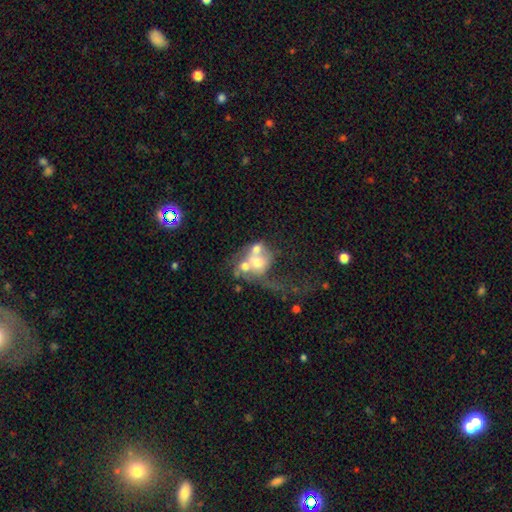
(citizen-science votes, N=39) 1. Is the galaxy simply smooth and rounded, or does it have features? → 59% featured or disk, 33% smooth, 8% star or artifact.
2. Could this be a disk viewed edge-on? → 96% no, 4% yes.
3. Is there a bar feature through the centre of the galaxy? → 77% no, 23% weak, 0% strong.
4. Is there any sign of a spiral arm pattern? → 91% no, 9% yes.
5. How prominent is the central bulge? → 68% moderate, 14% small, 14% none, 5% large, 0% dominant.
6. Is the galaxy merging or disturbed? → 58% merger, 28% major disturbance, 8% minor disturbance, 6% none.